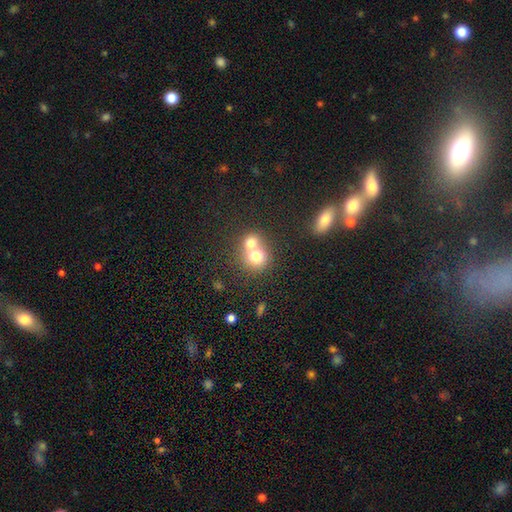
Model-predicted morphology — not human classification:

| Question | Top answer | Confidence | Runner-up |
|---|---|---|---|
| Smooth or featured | smooth | 71% | featured or disk (18%) |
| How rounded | round | 79% | in between (20%) |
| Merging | merger | 67% | none (26%) |